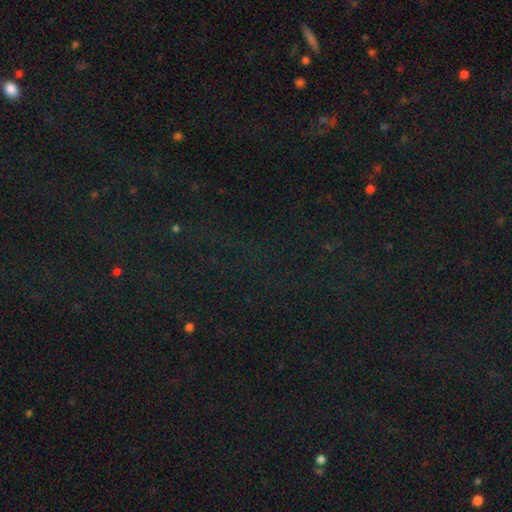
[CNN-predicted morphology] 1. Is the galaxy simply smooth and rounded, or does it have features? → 81% star or artifact, 12% smooth, 7% featured or disk.